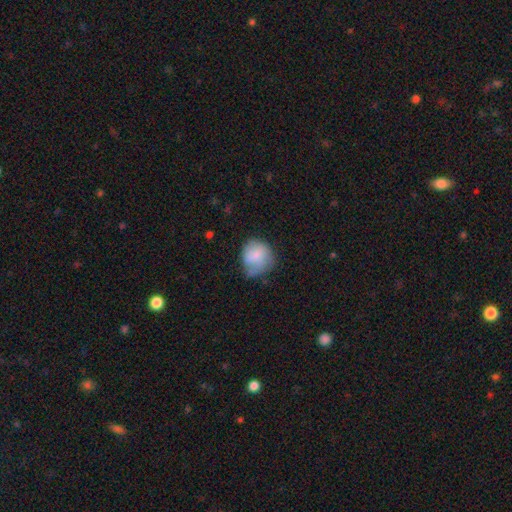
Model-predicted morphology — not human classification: Smooth or featured? Predicted: smooth (p=0.76). How rounded? Predicted: round (p=0.75). Merging? Predicted: none (p=0.40, tied with minor disturbance).